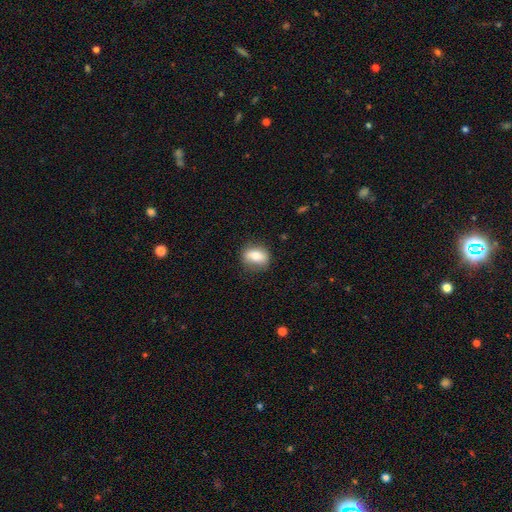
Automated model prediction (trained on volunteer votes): This appears to be a smooth galaxy with no disk features (68%) that is in between round and cigar-shaped (59%). Merging: none (81%).